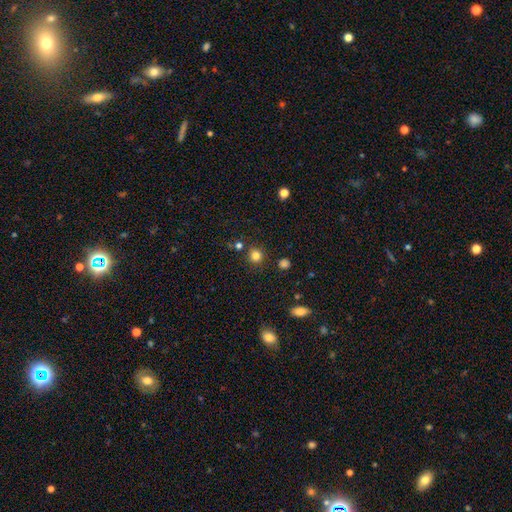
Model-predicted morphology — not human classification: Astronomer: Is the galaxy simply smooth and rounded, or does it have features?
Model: smooth — 81%.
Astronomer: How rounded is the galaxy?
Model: round — 91%.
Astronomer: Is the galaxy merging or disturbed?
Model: none — 85%.